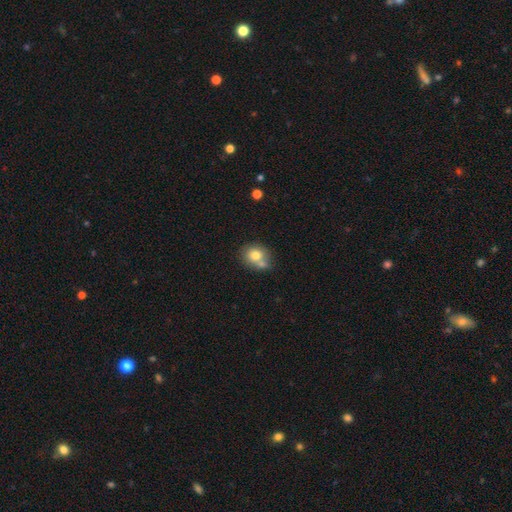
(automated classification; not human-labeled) Smooth or featured?
  - smooth: 75% *
  - featured or disk: 16%
  - star or artifact: 10%
How rounded?
  - round: 69% *
  - in between: 30%
  - cigar-shaped: 1%
Merging?
  - none: 47% *
  - merger: 35%
  - minor disturbance: 14%
  - major disturbance: 4%